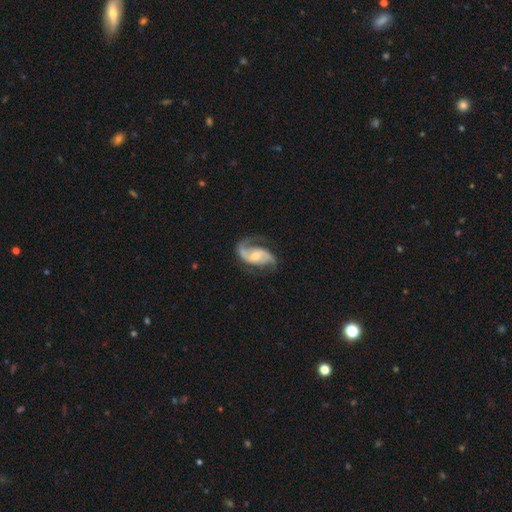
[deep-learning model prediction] The model was most divided on "bar": no: 45%, weak: 41%, strong: 14%. Remaining: edge-on disk — no (97%); spiral arms — yes (96%); smooth or featured — featured or disk (87%); spiral arm count — 2 (83%); merging — none (62%); bulge size — moderate (53%); spiral winding — medium (46%).